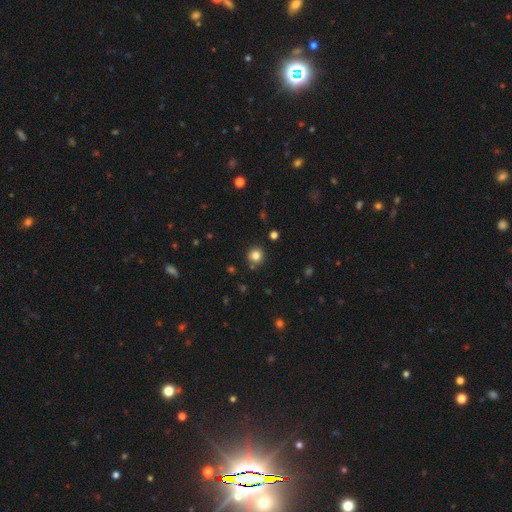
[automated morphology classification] smooth_or_featured: smooth (p=0.81) [alt: star or artifact p=0.13]
how_rounded: round (p=0.92) [alt: in between p=0.07]
merging: none (p=0.86) [alt: minor disturbance p=0.08]